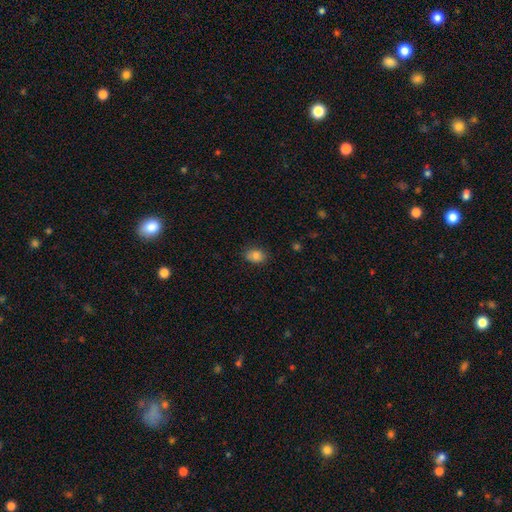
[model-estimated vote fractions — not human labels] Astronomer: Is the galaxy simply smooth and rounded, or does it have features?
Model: smooth — 83%.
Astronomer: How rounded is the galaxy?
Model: in between — 70%.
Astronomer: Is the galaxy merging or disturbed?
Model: none — 84%.